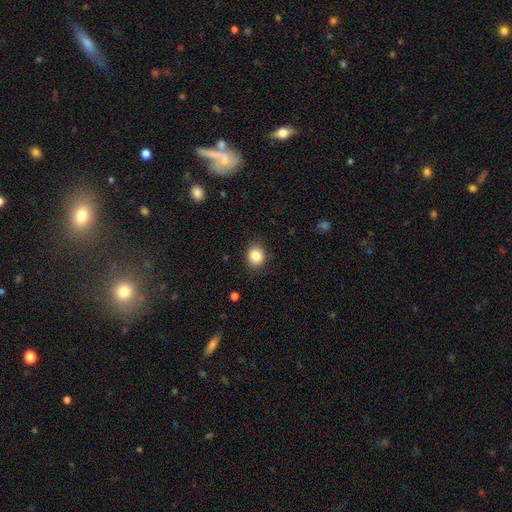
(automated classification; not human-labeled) This appears to be a smooth galaxy with no disk features (86%) that is round (67%). Merging: none (86%).